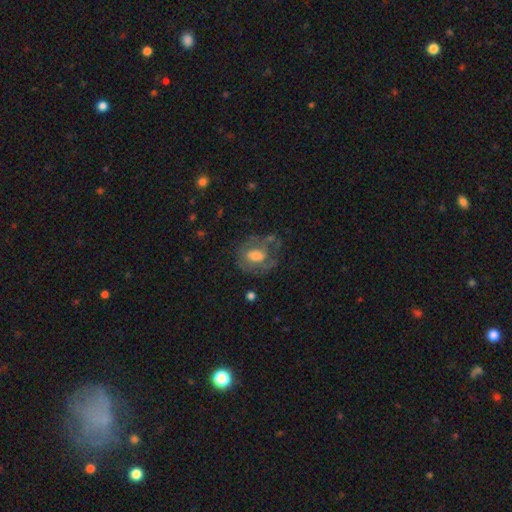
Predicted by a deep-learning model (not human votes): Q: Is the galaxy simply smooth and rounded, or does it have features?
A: featured or disk — 51%.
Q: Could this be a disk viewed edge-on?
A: no — 96%.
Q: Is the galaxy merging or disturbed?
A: none — 51%.